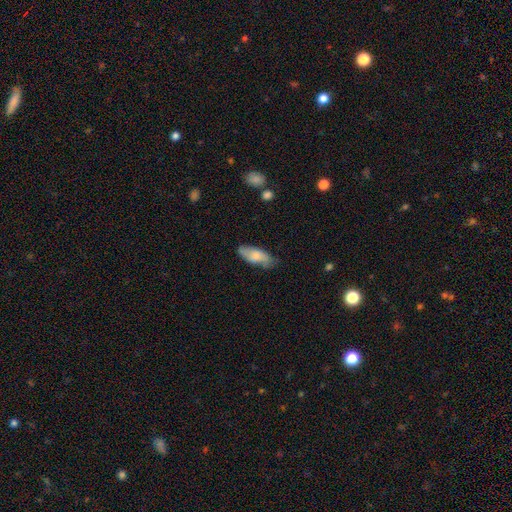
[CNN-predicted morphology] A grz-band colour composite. It shows a smooth galaxy with no disk features (71%) that is in between round and cigar-shaped (78%). Merging: none (68%).